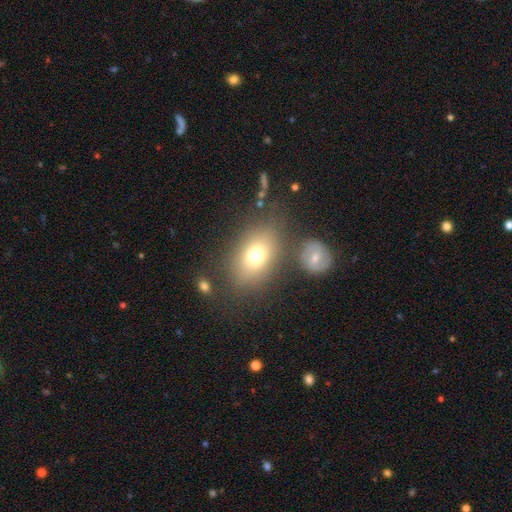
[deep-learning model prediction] Q: Smooth or featured?
A: smooth (73%); runner-up: featured or disk (16%)
Q: How rounded?
A: in between (73%); runner-up: round (26%)
Q: Merging?
A: none (72%); runner-up: minor disturbance (13%)